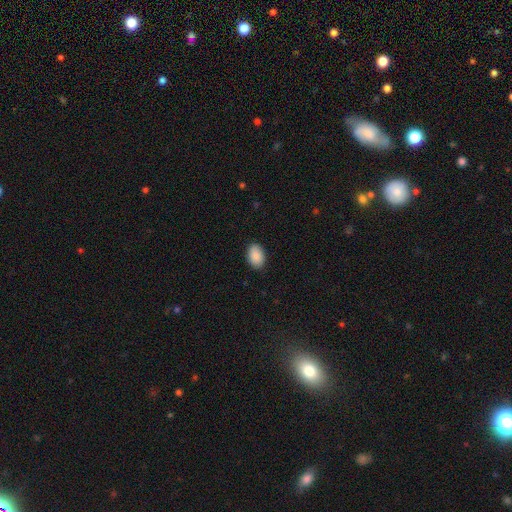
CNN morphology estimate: Smooth or featured? smooth (89%)
How rounded? in between (87%)
Merging? none (88%)